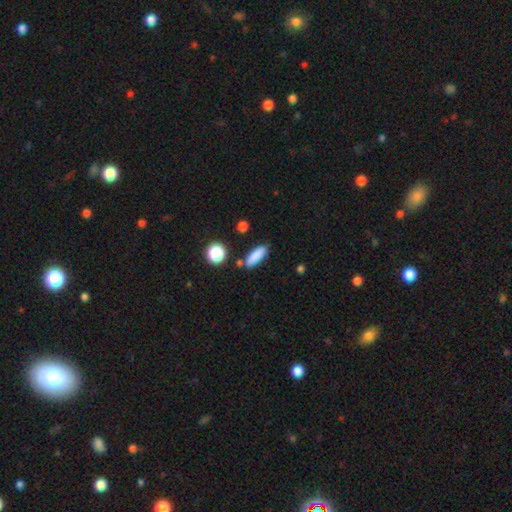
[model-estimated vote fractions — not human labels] Smooth or featured? Predicted: smooth (p=0.85). How rounded? Predicted: in between (p=0.54). Merging? Predicted: none (p=0.80).